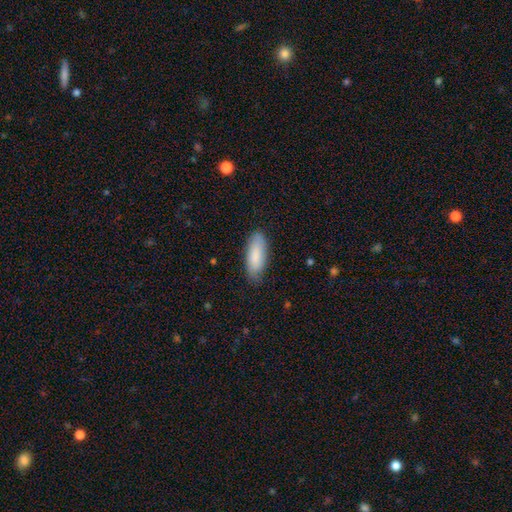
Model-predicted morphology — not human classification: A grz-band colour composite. It shows a smooth galaxy with no disk features (85%) that is in between round and cigar-shaped (73%). Merging: none (81%).